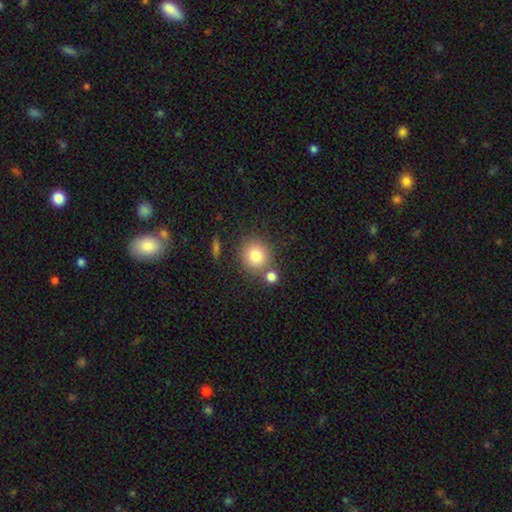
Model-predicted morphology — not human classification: smooth 80%, star or artifact 10%, featured or disk 10%. Down the decision tree: how rounded — round (87%); merging — none (70%).